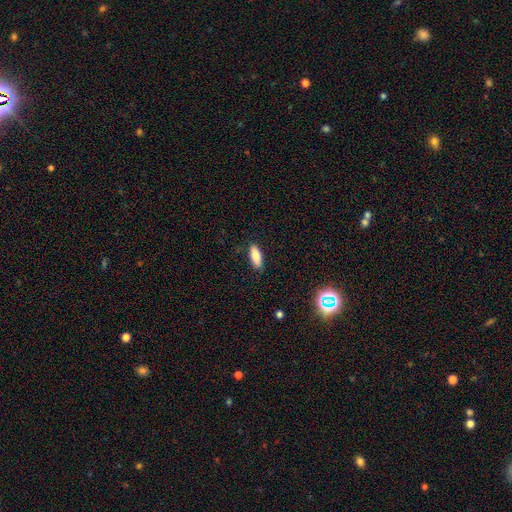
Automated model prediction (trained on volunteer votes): The model was most divided on "how rounded": in between: 72%, cigar-shaped: 26%, round: 2%. More confident: merging — none (86%); smooth or featured — smooth (80%).